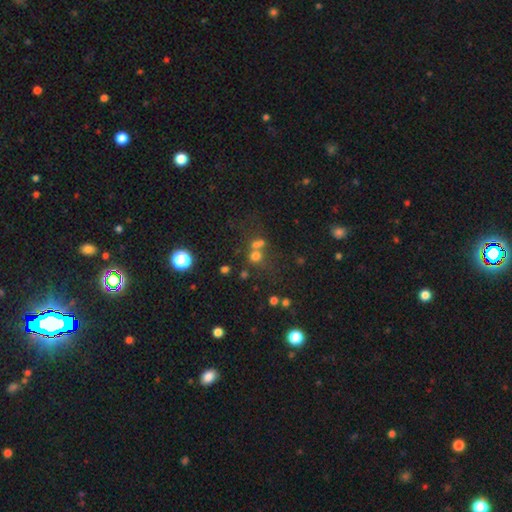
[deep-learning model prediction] Smooth or featured: smooth — 62% (star or artifact — 25%)
How rounded: round — 82% (in between — 17%)
Merging: none — 45% (merger — 40%)